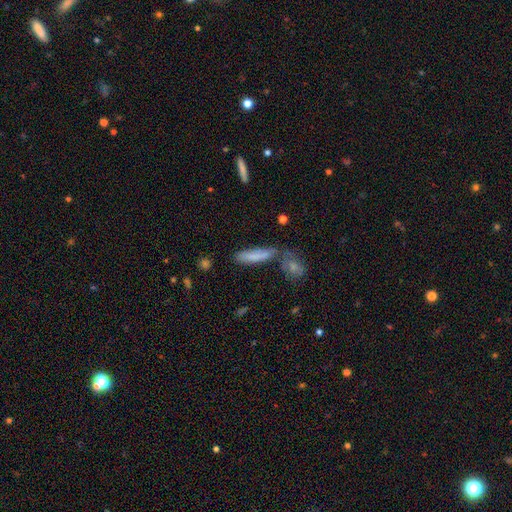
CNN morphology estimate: smooth-or-featured: smooth: 75% | featured or disk: 16% | star or artifact: 9%
  how-rounded: cigar-shaped: 74% | in between: 24% | round: 2%
  merging: none: 52% | merger: 24% | minor disturbance: 18% | major disturbance: 7%